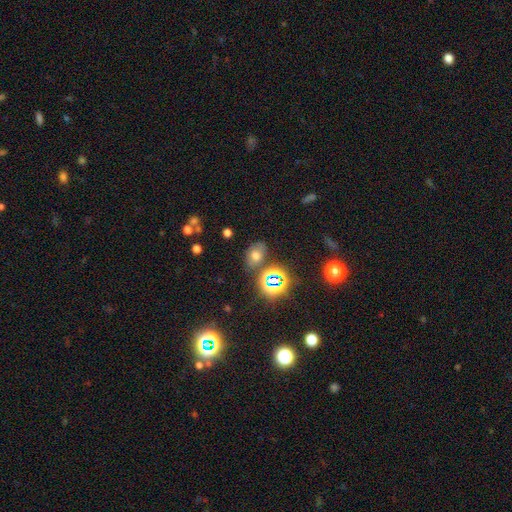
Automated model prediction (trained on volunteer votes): smooth_or_featured: smooth (p=0.57) [alt: star or artifact p=0.28]
how_rounded: in between (p=0.77) [alt: round p=0.21]
merging: none (p=0.71) [alt: minor disturbance p=0.16]